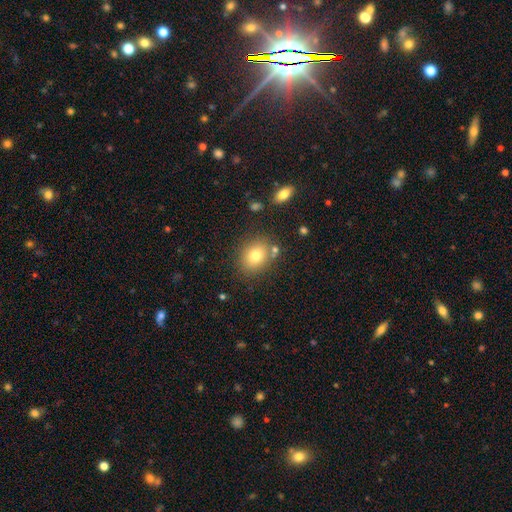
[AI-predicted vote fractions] smooth_or_featured: smooth (p=0.77) [alt: featured or disk p=0.11]
how_rounded: round (p=0.51) [alt: in between p=0.48]
merging: none (p=0.78) [alt: minor disturbance p=0.12]